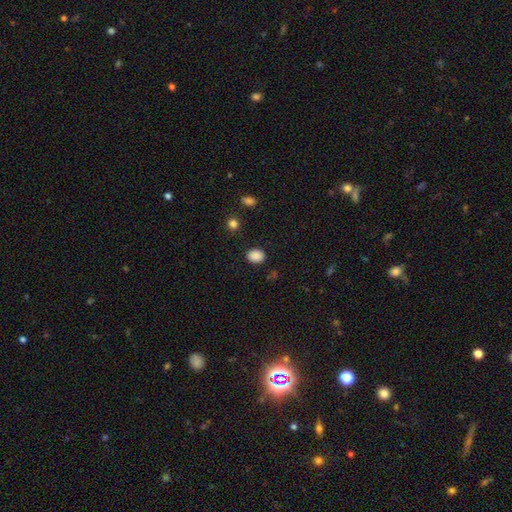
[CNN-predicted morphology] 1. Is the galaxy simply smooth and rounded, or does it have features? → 88% smooth, 9% star or artifact, 3% featured or disk.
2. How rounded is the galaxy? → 56% in between, 43% round, 1% cigar-shaped.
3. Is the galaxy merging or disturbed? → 87% none, 8% minor disturbance, 3% major disturbance, 2% merger.